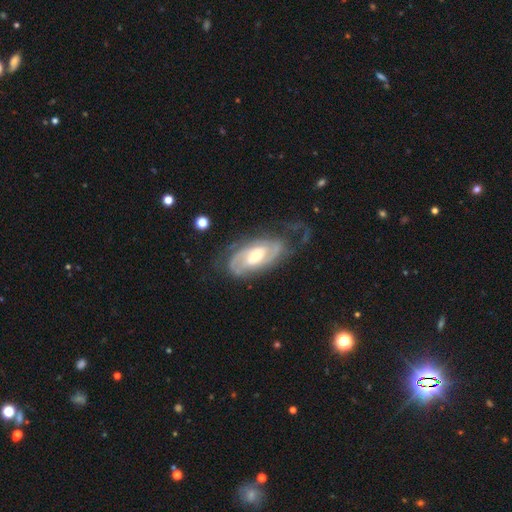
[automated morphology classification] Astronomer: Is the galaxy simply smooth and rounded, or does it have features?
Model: featured or disk — 86%.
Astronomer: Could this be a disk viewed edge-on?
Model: no — 95%.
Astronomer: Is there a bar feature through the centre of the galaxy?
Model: no — 43% (runner-up: weak, 41%).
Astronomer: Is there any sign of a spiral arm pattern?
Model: yes — 95%.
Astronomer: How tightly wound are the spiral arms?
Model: tight — 57% (runner-up: medium, 33%).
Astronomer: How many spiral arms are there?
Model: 2 — 55%.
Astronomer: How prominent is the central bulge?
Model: moderate — 58% (runner-up: small, 35%).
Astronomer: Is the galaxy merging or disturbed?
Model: none — 58%.